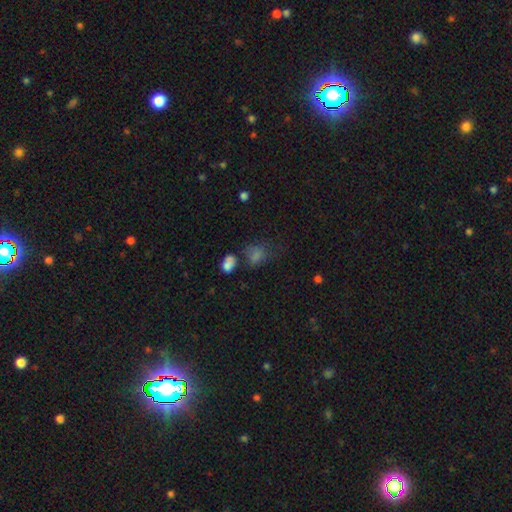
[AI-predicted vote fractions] Smooth or featured? Predicted: smooth (p=0.65). How rounded? Predicted: in between (p=0.60). Merging? Predicted: none (p=0.43).